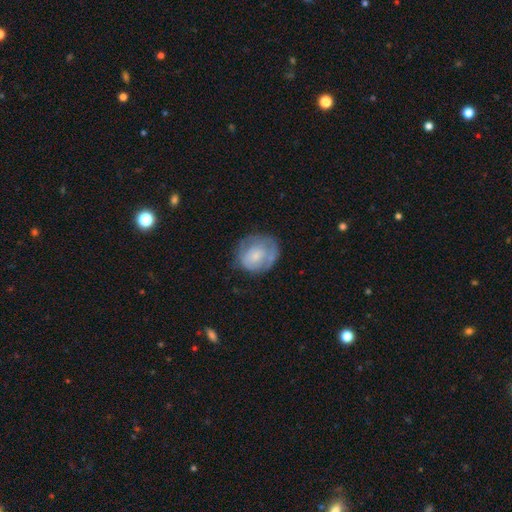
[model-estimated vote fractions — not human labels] Overall: smooth (47%; featured or disk 46%). Merging: none (55%; minor disturbance 27%).